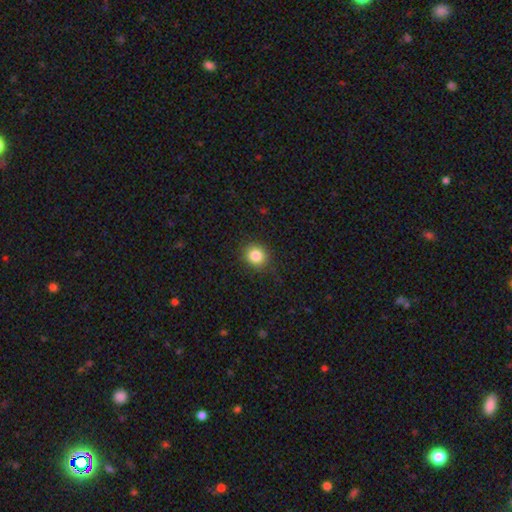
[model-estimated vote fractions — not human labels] Overall: smooth (84%). How rounded: round (82%). Merging: none (89%).